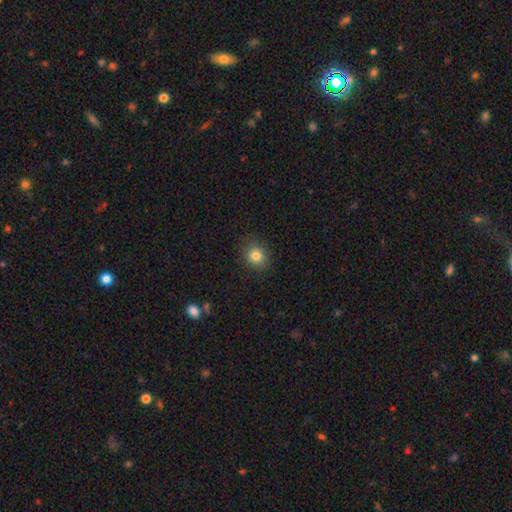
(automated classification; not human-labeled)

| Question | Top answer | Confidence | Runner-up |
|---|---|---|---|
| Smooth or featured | smooth | 82% | star or artifact (11%) |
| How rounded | round | 77% | in between (22%) |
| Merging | none | 87% | minor disturbance (9%) |